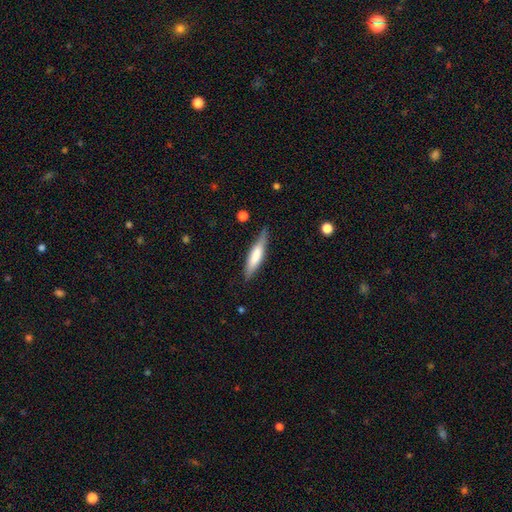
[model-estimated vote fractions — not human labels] smooth-or-featured: smooth: 62% | featured or disk: 32% | star or artifact: 5%
  how-rounded: cigar-shaped: 80% | in between: 19% | round: 1%
  merging: none: 80% | minor disturbance: 15% | major disturbance: 3% | merger: 2%